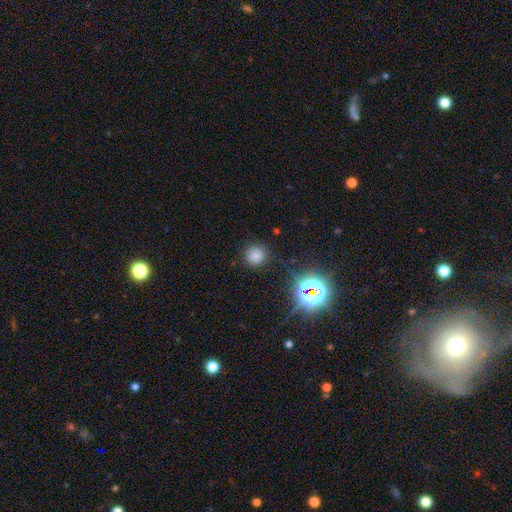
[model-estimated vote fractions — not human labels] A smooth galaxy with no disk features (72%) that is round (89%). Merging: none (85%).